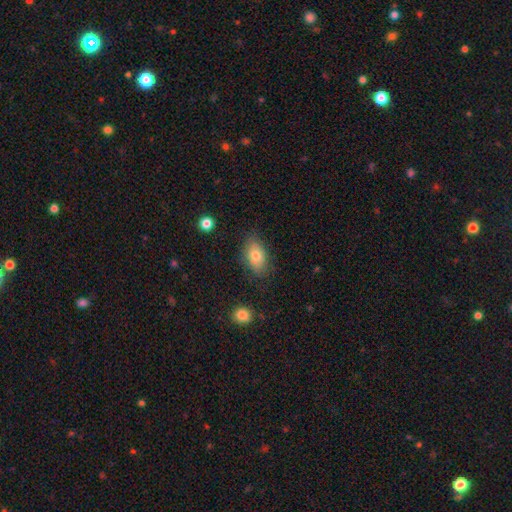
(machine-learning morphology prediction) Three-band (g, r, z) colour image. It shows a smooth galaxy with no disk features (75%) that is in between round and cigar-shaped (88%). Merging: none (77%).